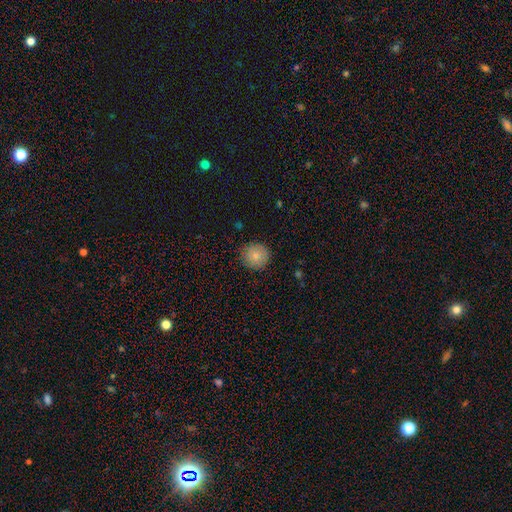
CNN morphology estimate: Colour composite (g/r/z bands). It shows a smooth galaxy with no disk features (83%) that is round (93%). Merging: none (87%).